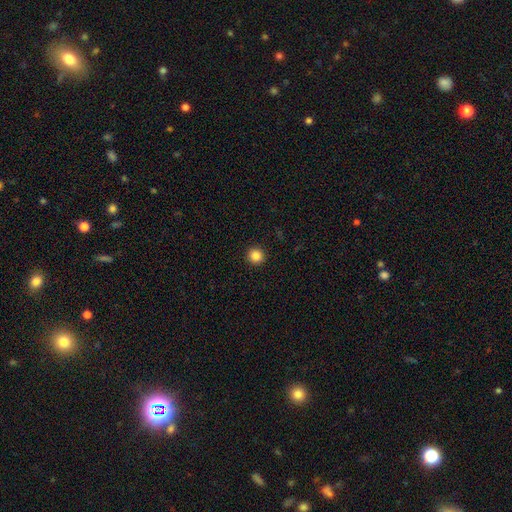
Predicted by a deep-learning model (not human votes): Smooth or featured? smooth (85%)
How rounded? round (95%)
Merging? none (93%)